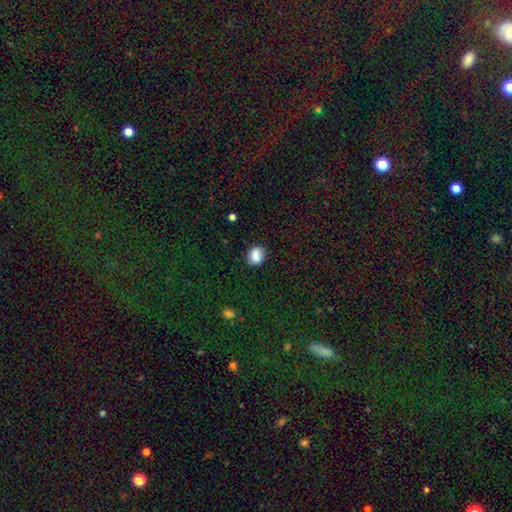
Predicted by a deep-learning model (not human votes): The model was most divided on "how rounded": round: 54%, in between: 45%, cigar-shaped: 1%. More confident: smooth or featured — smooth (84%); merging — none (84%).